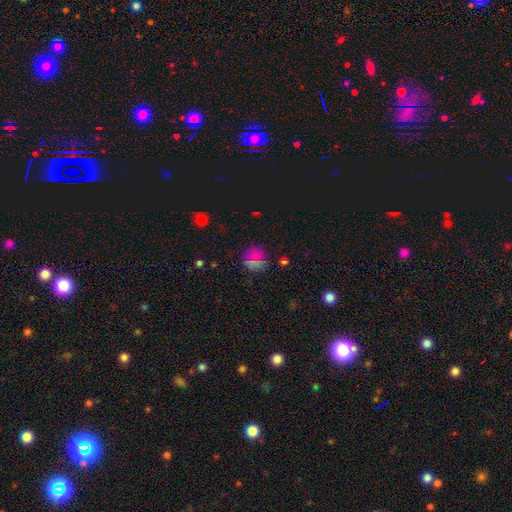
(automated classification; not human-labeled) This appears to be a smooth galaxy with no disk features (61%) that is round (91%). Merging: none (85%).